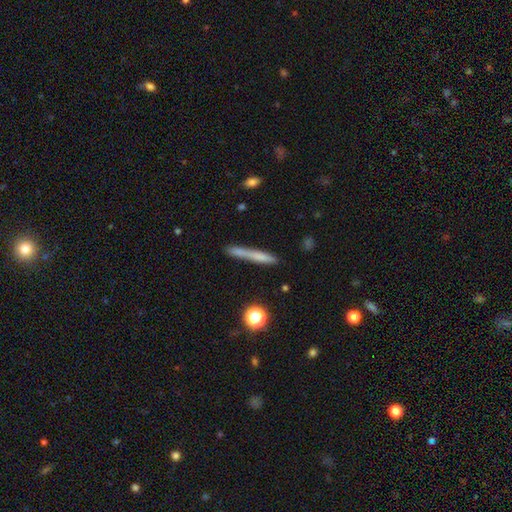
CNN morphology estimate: A smooth galaxy with no disk features (63%) that is cigar-shaped (95%).

Vote fractions:
- Smooth or featured? smooth: 63% / featured or disk: 27% / star or artifact: 9%
- How rounded? cigar-shaped: 95% / in between: 3% / round: 2%
- Merging? none: 77% / minor disturbance: 15% / merger: 5% / major disturbance: 4%